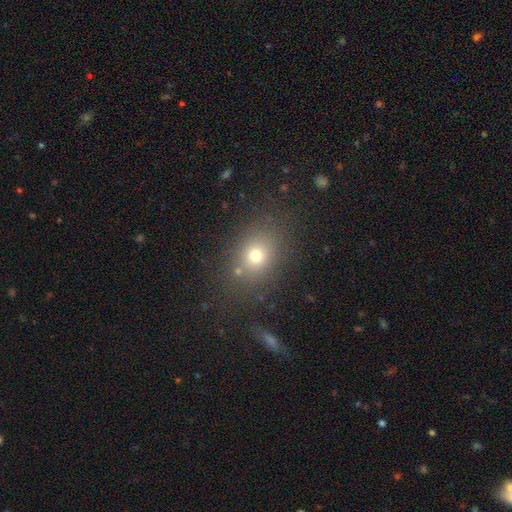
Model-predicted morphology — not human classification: smooth 70%, star or artifact 17%, featured or disk 12%. Down the decision tree: how rounded — in between (50%); merging — none (78%).